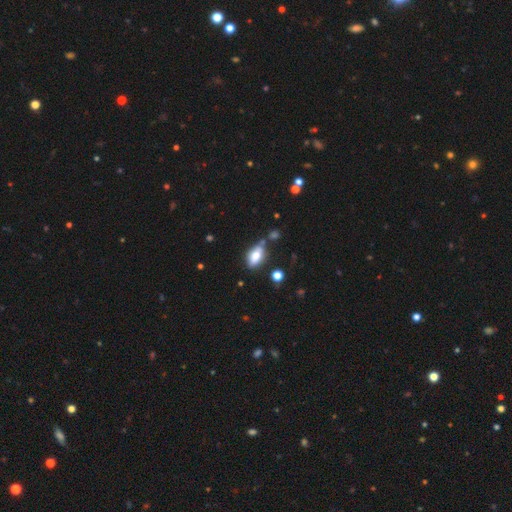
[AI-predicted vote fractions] Smooth or featured? smooth (69%)
How rounded? in between (87%)
Merging? none (59%)